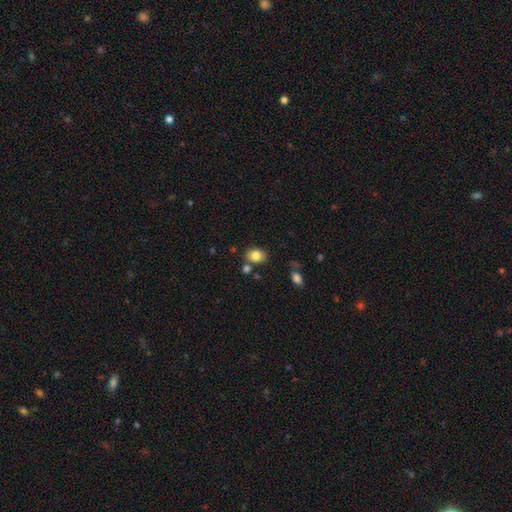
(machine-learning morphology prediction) Overall: smooth (81%). How rounded: in between (68%; round 31%). Merging: none (75%).